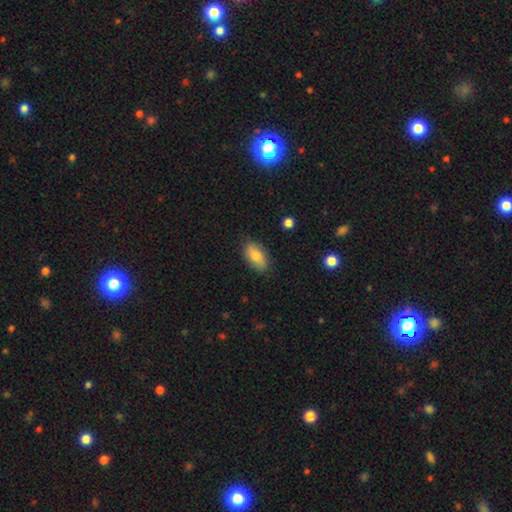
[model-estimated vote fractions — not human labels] Smooth or featured? smooth (74%)
How rounded? in between (91%)
Merging? none (83%)